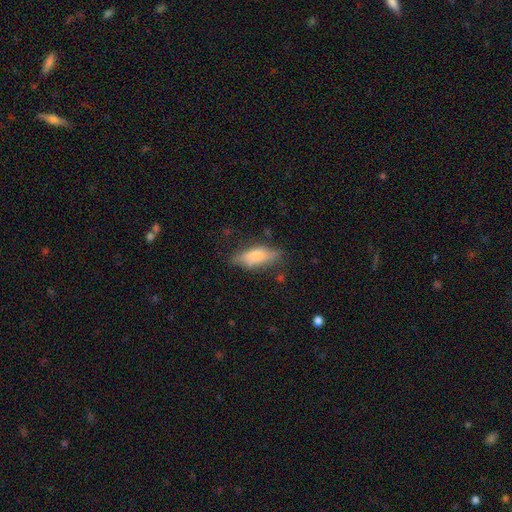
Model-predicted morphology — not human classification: Smooth or featured?
  - smooth: 61% *
  - featured or disk: 31%
  - star or artifact: 7%
How rounded?
  - in between: 61% *
  - cigar-shaped: 36%
  - round: 3%
Merging?
  - none: 72% *
  - minor disturbance: 21%
  - major disturbance: 5%
  - merger: 2%